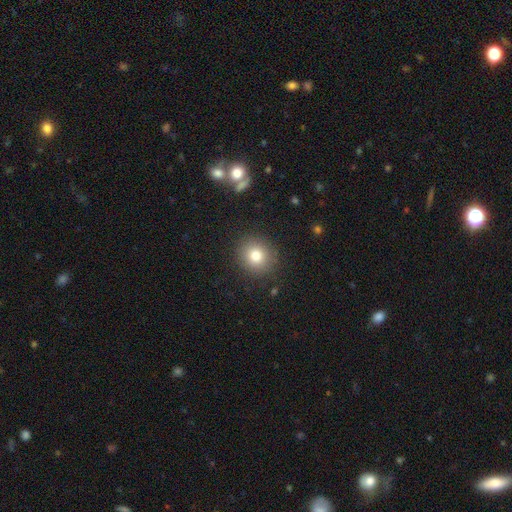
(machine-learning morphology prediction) Q: Smooth or featured?
A: smooth (79%); runner-up: star or artifact (12%)
Q: How rounded?
A: round (86%); runner-up: in between (13%)
Q: Merging?
A: none (89%); runner-up: minor disturbance (7%)